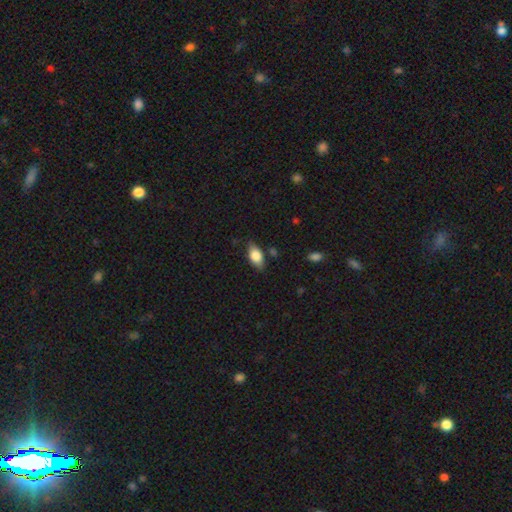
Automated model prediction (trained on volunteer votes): Smooth or featured? Predicted: smooth (p=0.72). How rounded? Predicted: in between (p=0.87). Merging? Predicted: none (p=0.78).